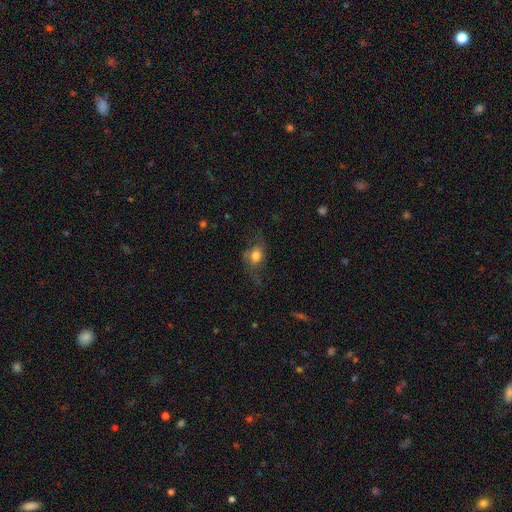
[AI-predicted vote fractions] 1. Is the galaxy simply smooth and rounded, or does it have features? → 53% smooth, 35% featured or disk, 11% star or artifact.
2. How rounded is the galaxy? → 52% in between, 45% round, 3% cigar-shaped.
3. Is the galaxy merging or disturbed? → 48% none, 26% major disturbance, 23% minor disturbance, 2% merger.